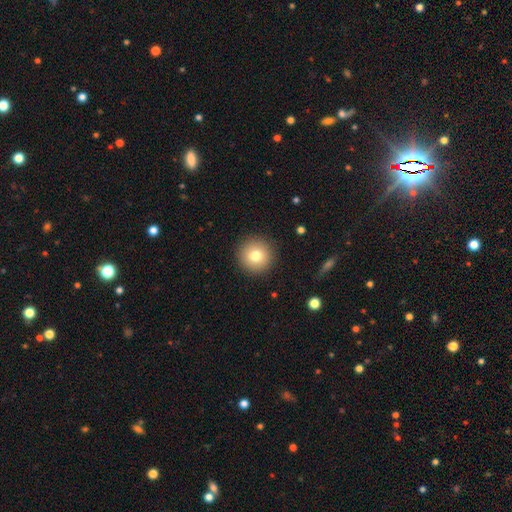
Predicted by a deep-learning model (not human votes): The model was most divided on "smooth or featured": smooth: 78%, featured or disk: 12%, star or artifact: 10%. More confident: how rounded — round (95%); merging — none (92%).